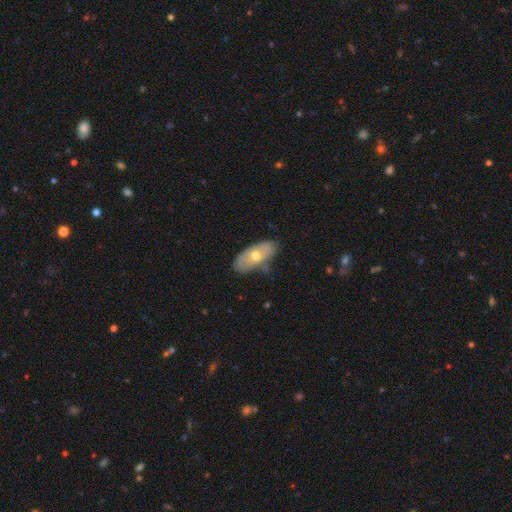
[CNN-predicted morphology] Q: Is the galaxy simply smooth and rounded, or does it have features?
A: smooth — 48%.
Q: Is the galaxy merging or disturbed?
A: none — 69%.